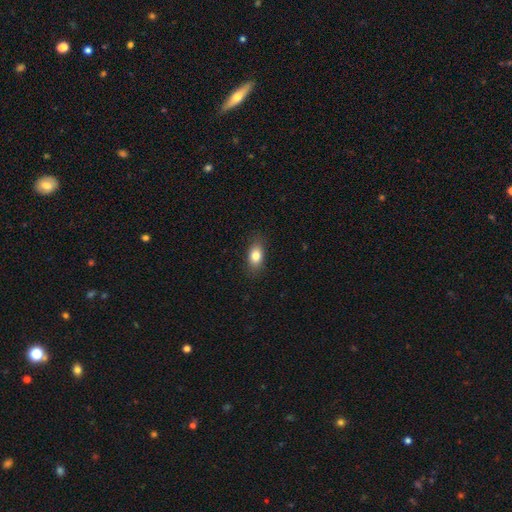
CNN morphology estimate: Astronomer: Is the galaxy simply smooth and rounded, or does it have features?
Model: smooth — 81%.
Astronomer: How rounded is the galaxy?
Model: in between — 83%.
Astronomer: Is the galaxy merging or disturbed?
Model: none — 85%.